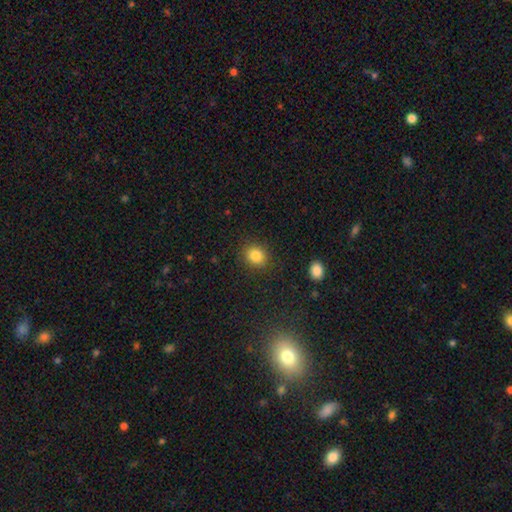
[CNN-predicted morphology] Overall: smooth (84%). How rounded: round (73%). Merging: none (88%).